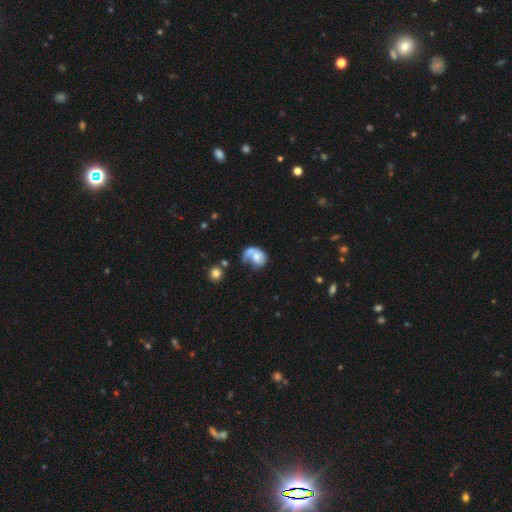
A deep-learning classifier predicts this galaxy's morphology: Smooth or featured: featured or disk — 55% (smooth — 37%)
Edge-on disk: no — 97% (yes — 3%)
Bar: no — 77% (weak — 19%)
Spiral arms: yes — 74% (no — 26%)
Bulge size: moderate — 46% (small — 29%)
Merging: major disturbance — 34% (none — 30%)